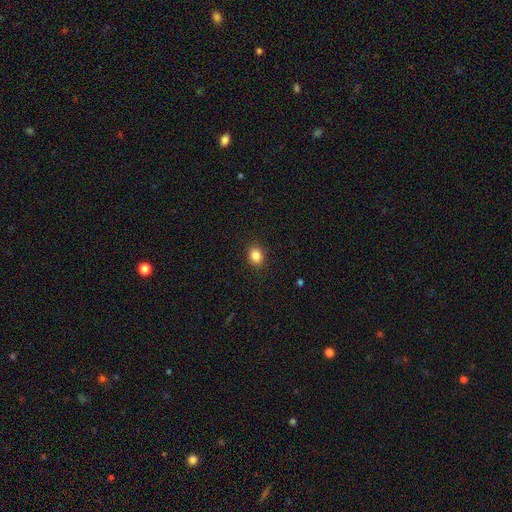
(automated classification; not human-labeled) Morphology: type=smooth (85%); roundness=round (54%); merging=none (89%).